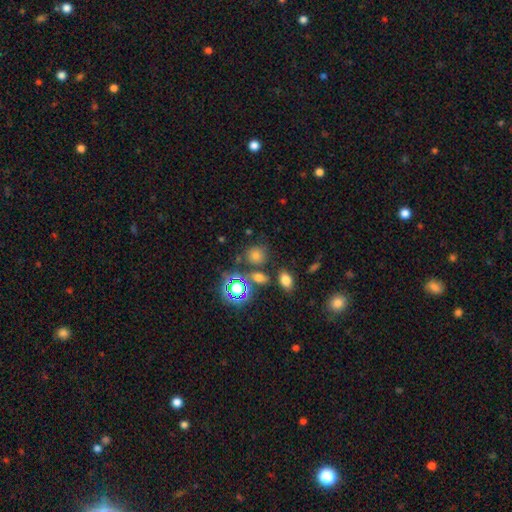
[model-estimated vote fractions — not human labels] Overall: smooth (63%; star or artifact 29%). How rounded: round (80%). Merging: none (74%).